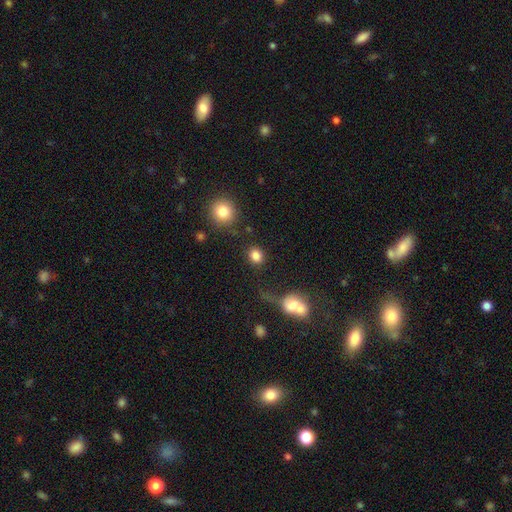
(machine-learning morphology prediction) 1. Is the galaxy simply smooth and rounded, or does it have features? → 85% smooth, 10% star or artifact, 5% featured or disk.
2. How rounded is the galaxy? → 65% round, 33% in between, 1% cigar-shaped.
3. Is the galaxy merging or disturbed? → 78% none, 10% minor disturbance, 6% merger, 6% major disturbance.